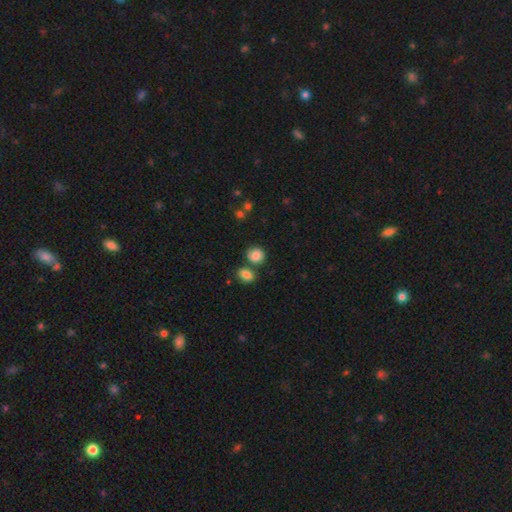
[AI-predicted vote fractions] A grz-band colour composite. It shows a smooth galaxy with no disk features (83%) that is round (73%). Merging: none (63%).